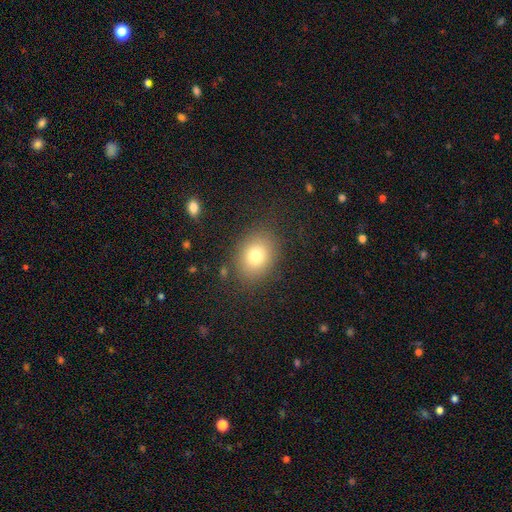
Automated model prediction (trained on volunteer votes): The model was most divided on "how rounded": in between: 52%, round: 47%, cigar-shaped: 1%. More confident: merging — none (84%); smooth or featured — smooth (79%).